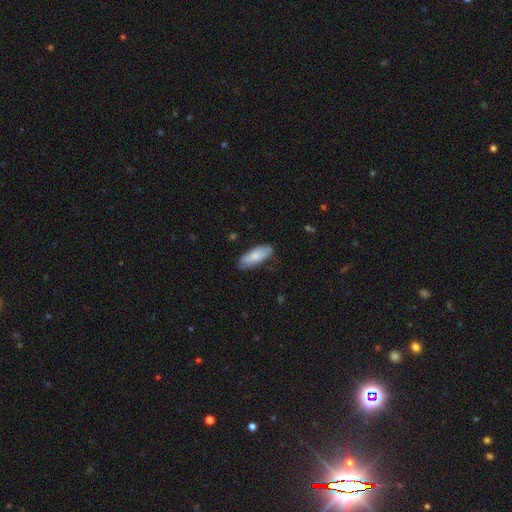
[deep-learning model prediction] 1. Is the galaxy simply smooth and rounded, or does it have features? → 80% smooth, 14% featured or disk, 5% star or artifact.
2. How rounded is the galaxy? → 69% in between, 30% cigar-shaped, 2% round.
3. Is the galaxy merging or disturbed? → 79% none, 17% minor disturbance, 3% major disturbance, 1% merger.